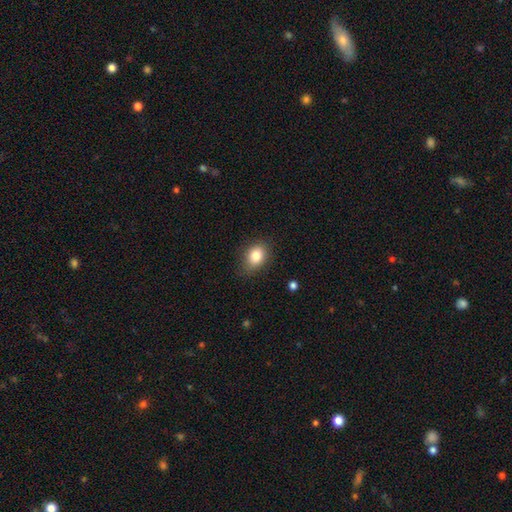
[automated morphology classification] smooth_or_featured: smooth (p=0.82) [alt: star or artifact p=0.10]
how_rounded: in between (p=0.65) [alt: round p=0.34]
merging: none (p=0.80) [alt: minor disturbance p=0.15]